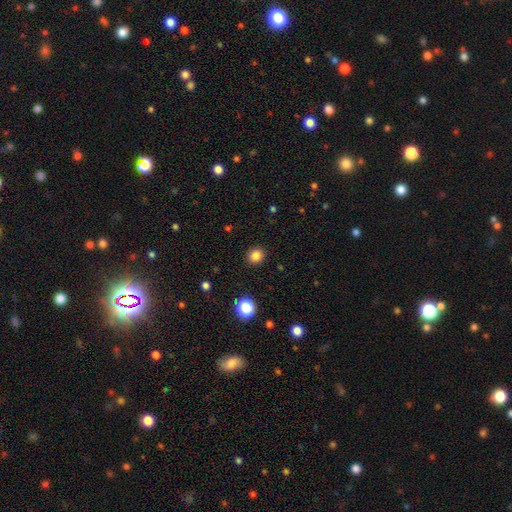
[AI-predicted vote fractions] Smooth or featured: smooth — 83% (star or artifact — 13%)
How rounded: round — 86% (in between — 13%)
Merging: none — 91% (minor disturbance — 6%)